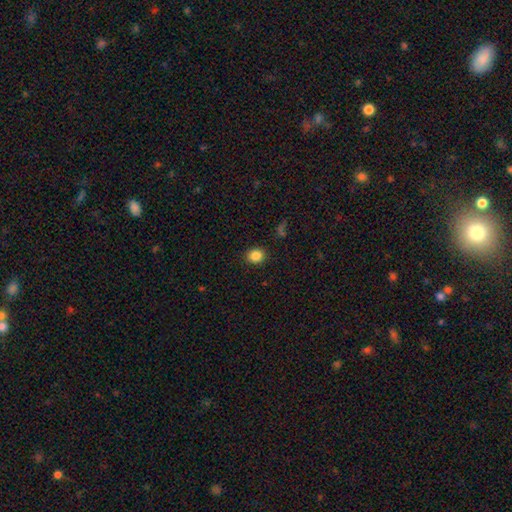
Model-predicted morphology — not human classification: A smooth galaxy with no disk features (85%) that is round (73%). Merging: none (89%).